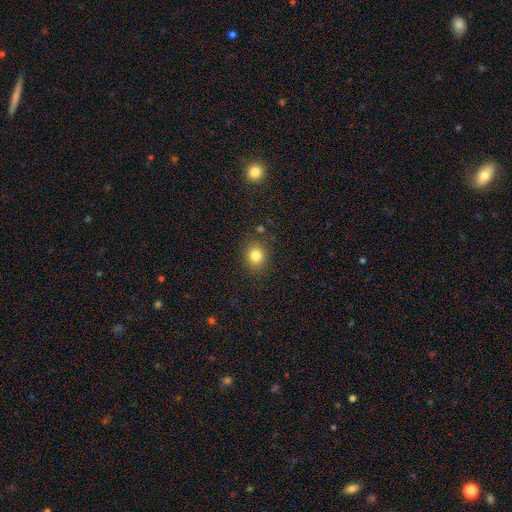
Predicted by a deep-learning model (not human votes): Q: Smooth or featured?
A: smooth (81%); runner-up: star or artifact (12%)
Q: How rounded?
A: round (74%); runner-up: in between (25%)
Q: Merging?
A: none (85%); runner-up: minor disturbance (10%)